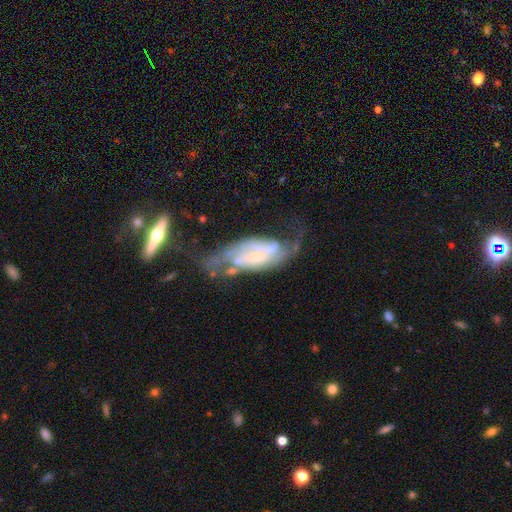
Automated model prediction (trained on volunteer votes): This is clearly a featured or disk galaxy (81%). It is clearly not viewed edge-on (91%). Bar: possibly no (59%). Spiral arm pattern: clearly yes (89%). Spiral arm count: likely 2 (61%). Spiral winding: marginally medium (41%). Central bulge: likely small (73%). Merging: marginally none (39%).